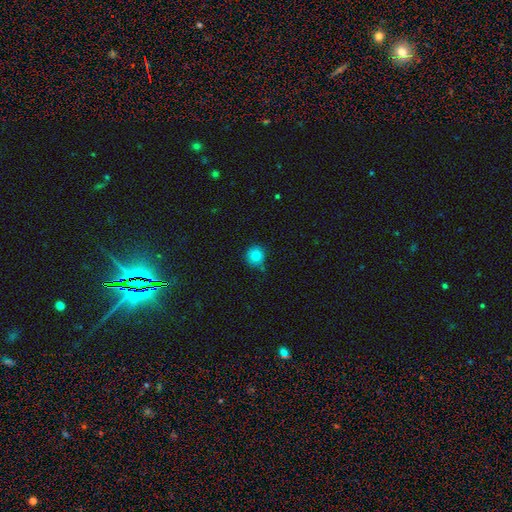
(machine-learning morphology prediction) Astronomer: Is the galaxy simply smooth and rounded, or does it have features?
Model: smooth — 84%.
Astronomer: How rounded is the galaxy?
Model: round — 91%.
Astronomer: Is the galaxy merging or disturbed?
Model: none — 71%.